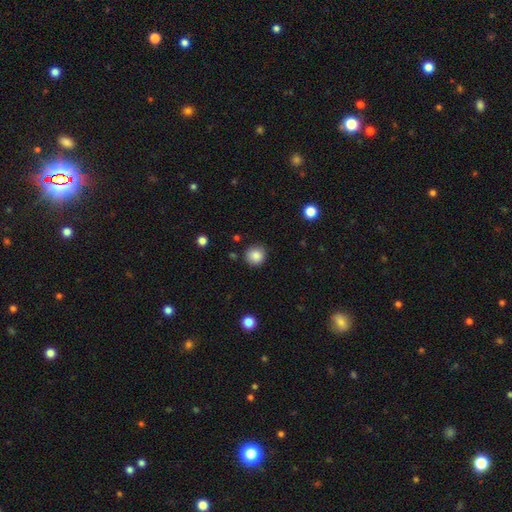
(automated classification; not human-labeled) Smooth or featured? Predicted: smooth (p=0.86). How rounded? Predicted: round (p=0.93). Merging? Predicted: none (p=0.88).